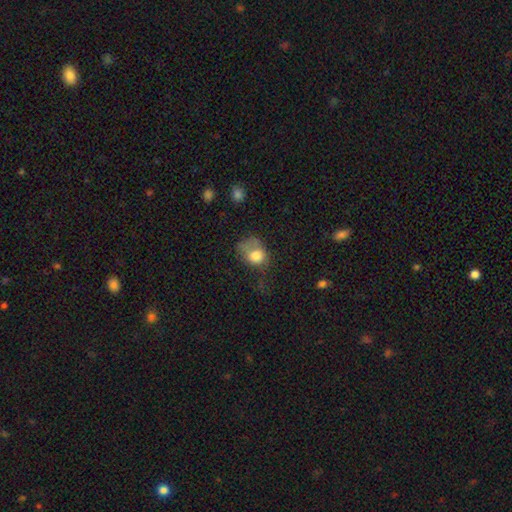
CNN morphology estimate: This appears to be a smooth galaxy with no disk features (73%) that is in between round and cigar-shaped (51%). Merging: major disturbance (41%).